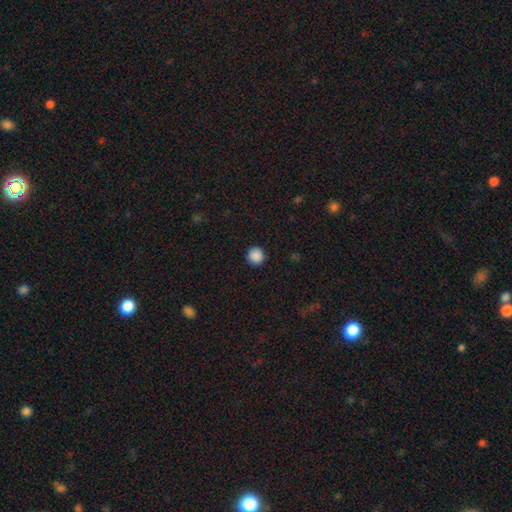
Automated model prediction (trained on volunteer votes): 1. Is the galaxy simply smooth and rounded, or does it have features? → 88% smooth, 9% star or artifact, 2% featured or disk.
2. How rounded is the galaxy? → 94% round, 5% in between, 1% cigar-shaped.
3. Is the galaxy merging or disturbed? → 92% none, 5% minor disturbance, 2% major disturbance, 1% merger.